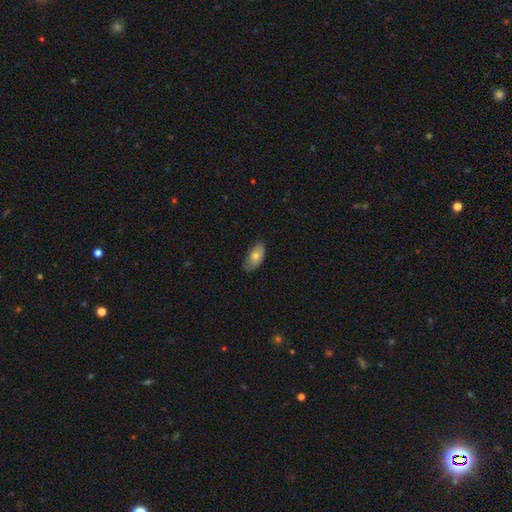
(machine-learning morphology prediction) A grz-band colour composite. It shows a smooth galaxy with no disk features (70%) that is in between round and cigar-shaped (91%). Merging: none (64%).